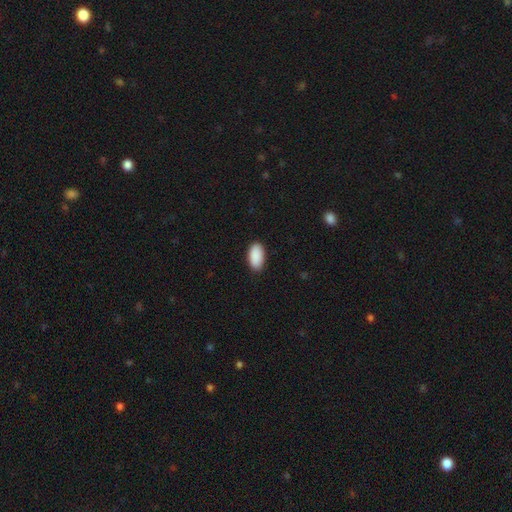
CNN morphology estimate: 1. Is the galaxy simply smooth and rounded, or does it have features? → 91% smooth, 6% star or artifact, 3% featured or disk.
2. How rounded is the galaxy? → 95% in between, 2% round, 2% cigar-shaped.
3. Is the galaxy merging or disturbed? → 88% none, 9% minor disturbance, 2% major disturbance, 1% merger.